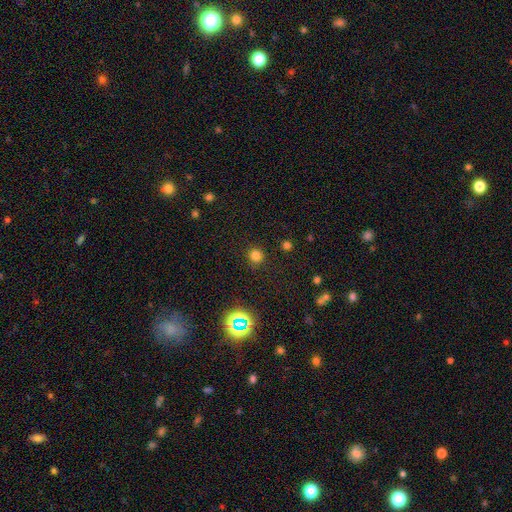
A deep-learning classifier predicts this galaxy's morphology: A smooth galaxy with no disk features (76%) that is round (92%).

Vote fractions:
- Smooth or featured? smooth: 76% / star or artifact: 19% / featured or disk: 5%
- How rounded? round: 92% / in between: 7% / cigar-shaped: 1%
- Merging? none: 88% / minor disturbance: 7% / major disturbance: 3% / merger: 2%